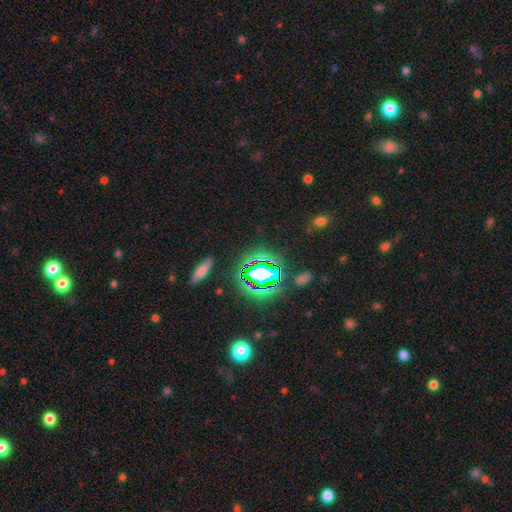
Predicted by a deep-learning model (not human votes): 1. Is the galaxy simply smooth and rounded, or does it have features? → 80% star or artifact, 12% smooth, 8% featured or disk.